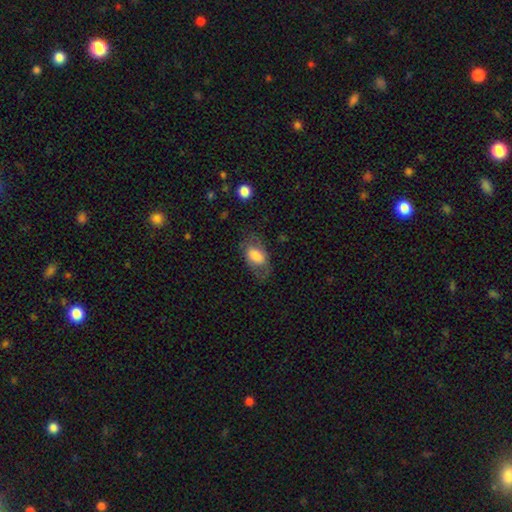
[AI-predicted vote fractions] Smooth or featured: smooth — 69% (featured or disk — 24%)
How rounded: in between — 90% (round — 8%)
Merging: none — 59% (minor disturbance — 23%)